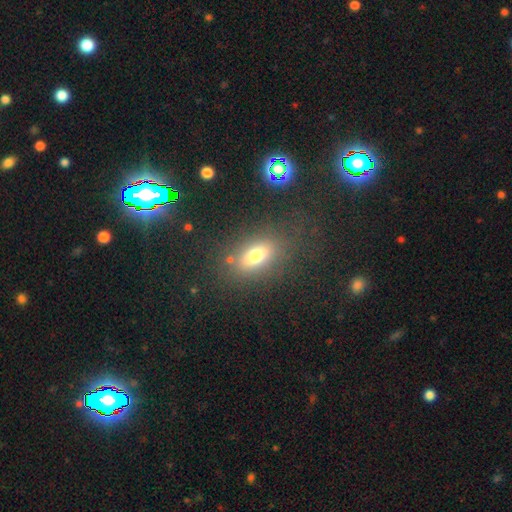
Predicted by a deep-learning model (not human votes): smooth_or_featured: smooth (p=0.71) [alt: featured or disk p=0.16]
how_rounded: in between (p=0.79) [alt: round p=0.14]
merging: none (p=0.78) [alt: minor disturbance p=0.12]